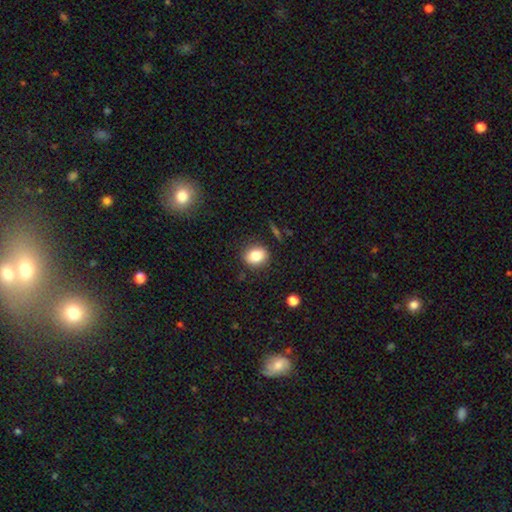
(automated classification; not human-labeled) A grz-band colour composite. It shows a smooth galaxy with no disk features (83%) that is round (58%). Merging: none (85%).